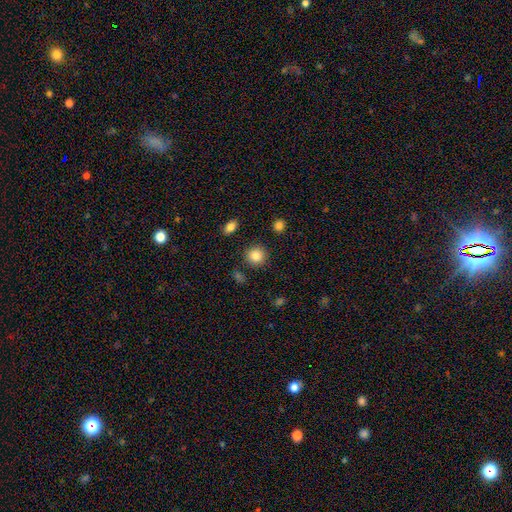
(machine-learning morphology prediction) smooth_or_featured: smooth (p=0.84) [alt: star or artifact p=0.09]
how_rounded: round (p=0.91) [alt: in between p=0.08]
merging: none (p=0.88) [alt: minor disturbance p=0.07]